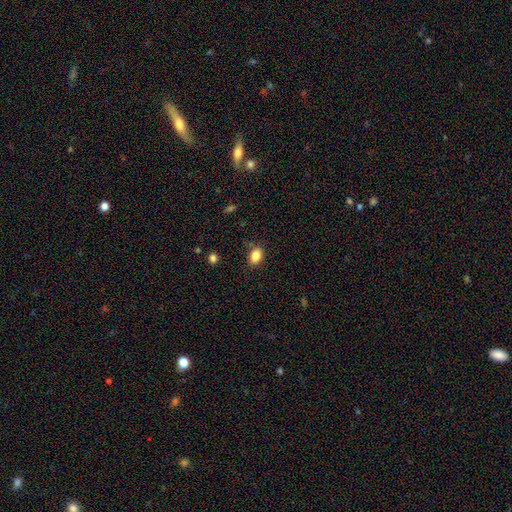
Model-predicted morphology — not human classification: Smooth or featured: smooth — 85% (star or artifact — 9%)
How rounded: in between — 80% (round — 19%)
Merging: none — 82% (minor disturbance — 13%)